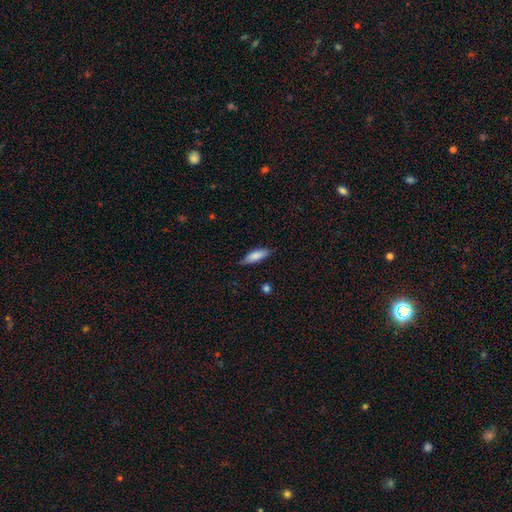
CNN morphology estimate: Overall: smooth (81%). How rounded: in between (58%; cigar-shaped 40%). Merging: none (78%).